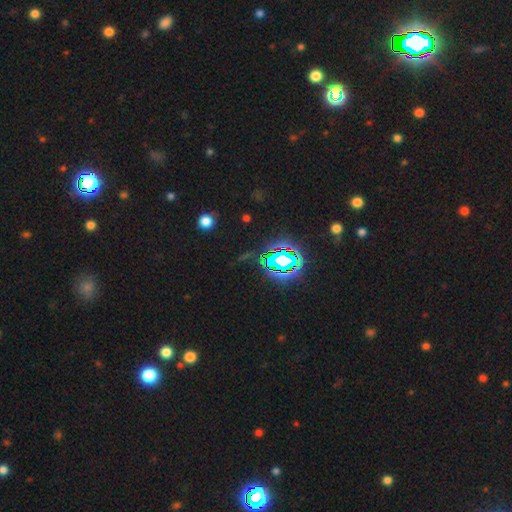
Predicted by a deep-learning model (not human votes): This appears to be a star or artifact, not a galaxy (81%).